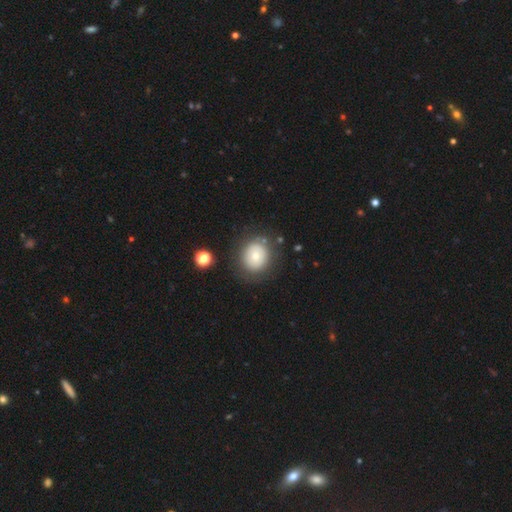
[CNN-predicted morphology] A smooth galaxy with no disk features (71%) that is round (80%). Merging: none (79%).